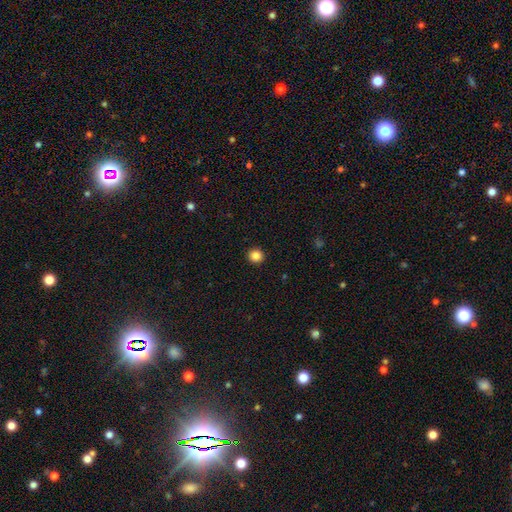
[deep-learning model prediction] Morphology: type=smooth (86%); roundness=round (92%); merging=none (93%).